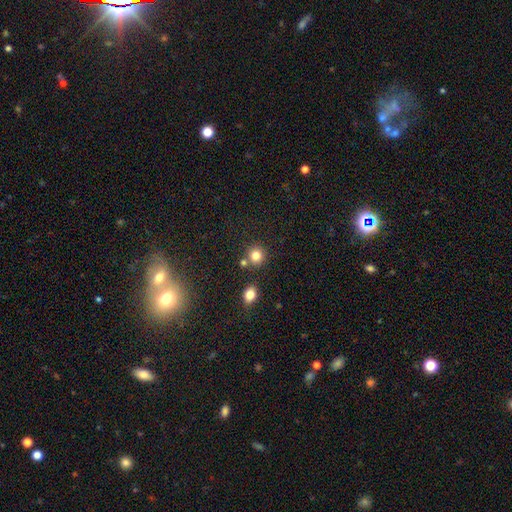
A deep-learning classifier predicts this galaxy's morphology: Smooth or featured: smooth — 82% (star or artifact — 12%)
How rounded: round — 88% (in between — 11%)
Merging: none — 76% (merger — 13%)